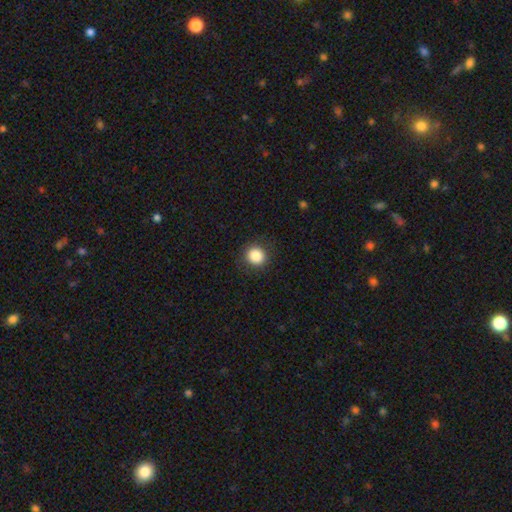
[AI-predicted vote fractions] smooth_or_featured: smooth (p=0.86) [alt: star or artifact p=0.10]
how_rounded: round (p=0.89) [alt: in between p=0.10]
merging: none (p=0.90) [alt: minor disturbance p=0.07]